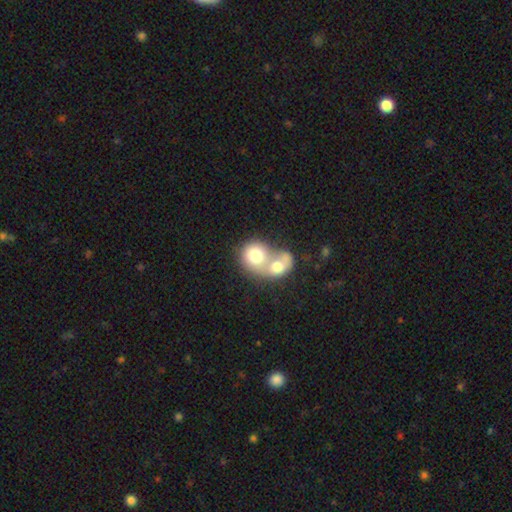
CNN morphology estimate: A smooth galaxy with no disk features (71%) that is round (68%). Merging: merger (78%).